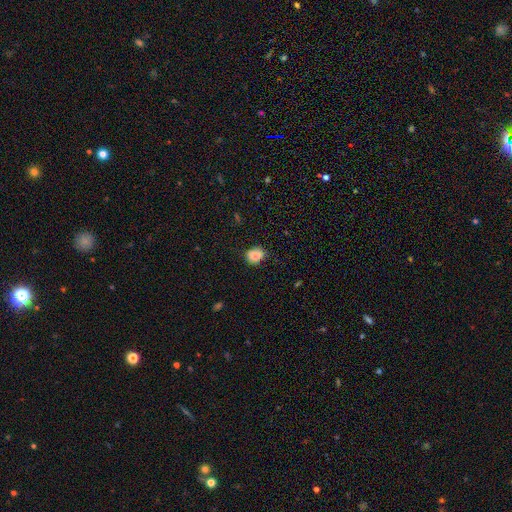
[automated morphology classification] A smooth galaxy with no disk features (85%) that is round (53%). Merging: none (70%).